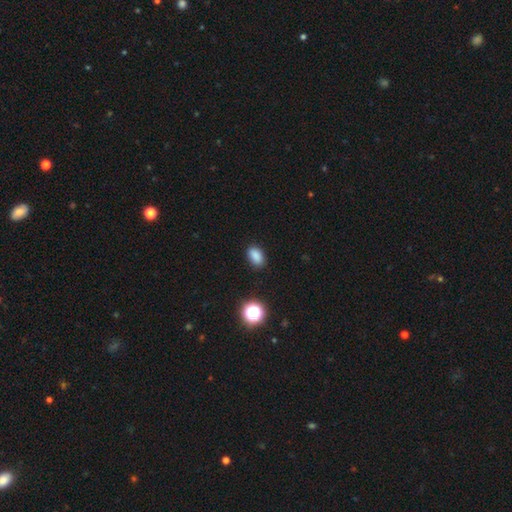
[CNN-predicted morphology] smooth-or-featured: smooth: 84% | star or artifact: 12% | featured or disk: 4%
  how-rounded: in between: 86% | round: 12% | cigar-shaped: 2%
  merging: none: 87% | minor disturbance: 9% | major disturbance: 2% | merger: 1%